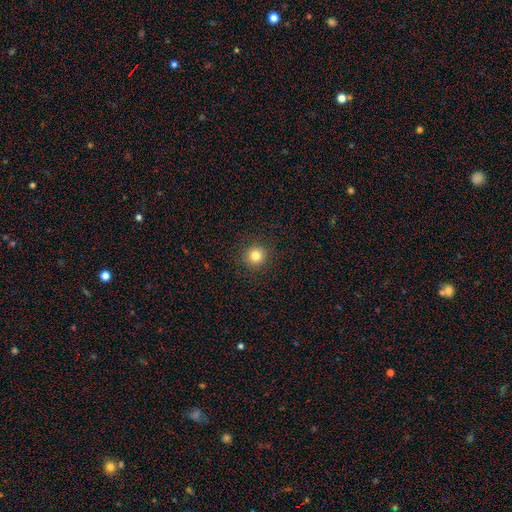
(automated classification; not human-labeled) smooth 81%, star or artifact 13%, featured or disk 6%. Down the decision tree: how rounded — round (95%); merging — none (92%).